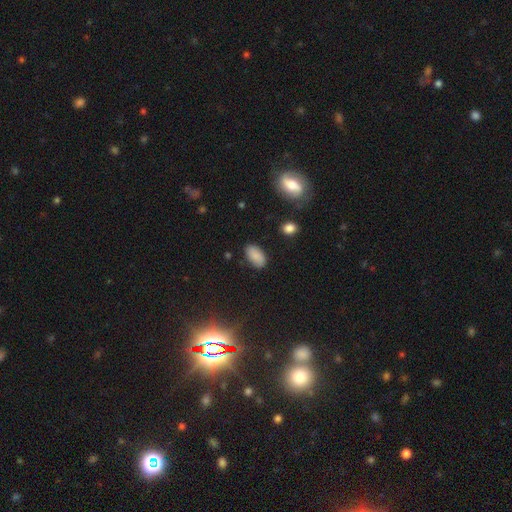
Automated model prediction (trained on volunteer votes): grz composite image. It shows a smooth galaxy with no disk features (84%) that is in between round and cigar-shaped (94%). Merging: none (83%).